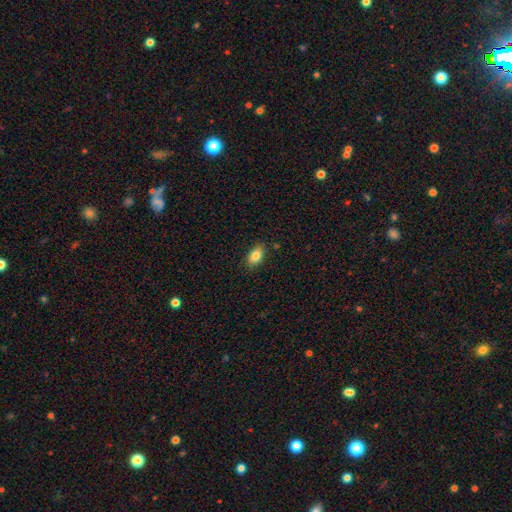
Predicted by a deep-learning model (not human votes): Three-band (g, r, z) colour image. It shows a smooth galaxy with no disk features (83%) that is in between round and cigar-shaped (88%). Merging: none (85%).